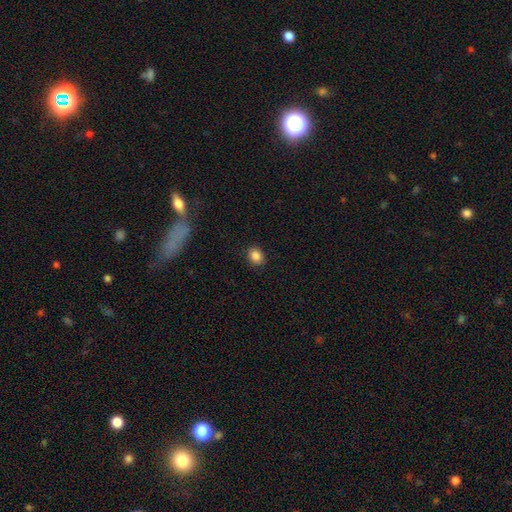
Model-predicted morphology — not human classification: smooth 86%, star or artifact 9%, featured or disk 5%. Down the decision tree: how rounded — in between (52%); merging — none (89%).